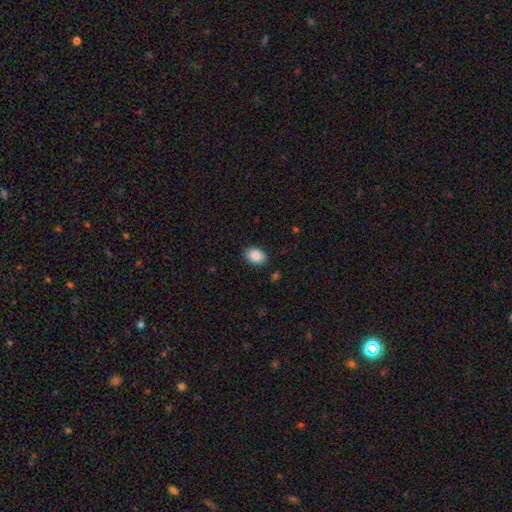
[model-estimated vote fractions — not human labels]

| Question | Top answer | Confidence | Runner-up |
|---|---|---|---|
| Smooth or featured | smooth | 89% | star or artifact (7%) |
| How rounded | in between | 77% | round (22%) |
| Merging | none | 86% | minor disturbance (10%) |